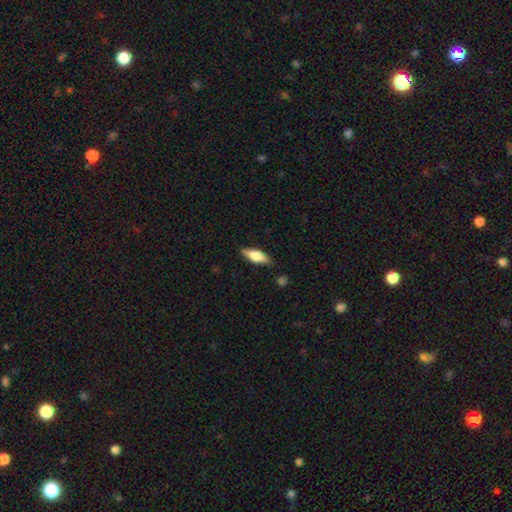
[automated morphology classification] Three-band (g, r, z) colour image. It shows a smooth galaxy with no disk features (68%) that is in between round and cigar-shaped (72%). Merging: none (80%).